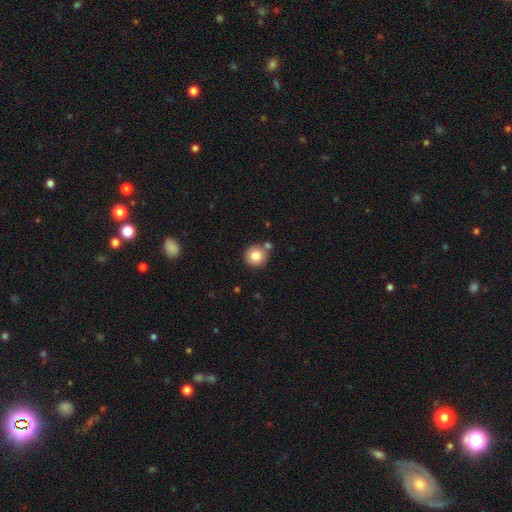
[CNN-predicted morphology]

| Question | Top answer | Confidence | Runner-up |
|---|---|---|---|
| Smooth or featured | smooth | 81% | star or artifact (10%) |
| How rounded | round | 94% | in between (5%) |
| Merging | none | 74% | merger (14%) |